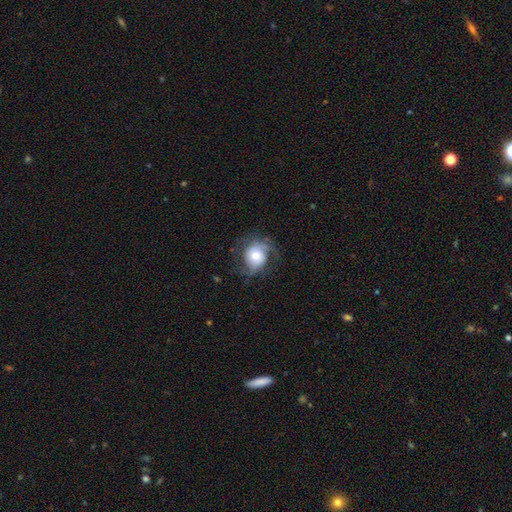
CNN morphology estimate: A featured or disk galaxy (59%) with no bar (74%), spiral arms (87%) and a moderate central bulge (59%).

Vote fractions:
- Smooth or featured? featured or disk: 59% / smooth: 33% / star or artifact: 8%
- Edge-on disk? no: 97% / yes: 3%
- Bar? no: 74% / weak: 20% / strong: 6%
- Spiral arms? yes: 87% / no: 13%
- Bulge size? moderate: 59% / large: 19% / small: 16% / dominant: 4% / none: 2%
- Merging? none: 63% / minor disturbance: 21% / major disturbance: 16% / merger: 1%